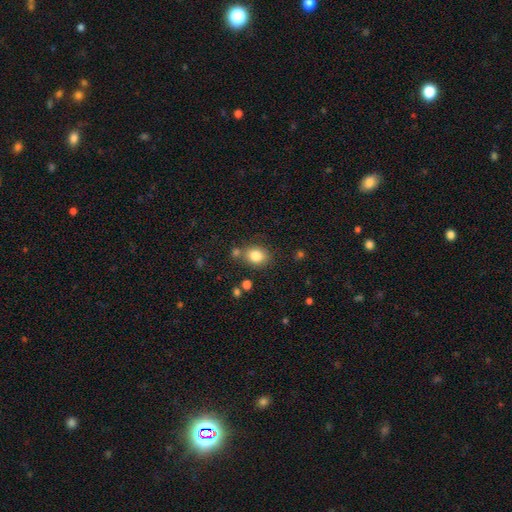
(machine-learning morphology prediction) Smooth or featured: smooth — 82% (star or artifact — 10%)
How rounded: round — 52% (in between — 47%)
Merging: none — 70% (merger — 13%)